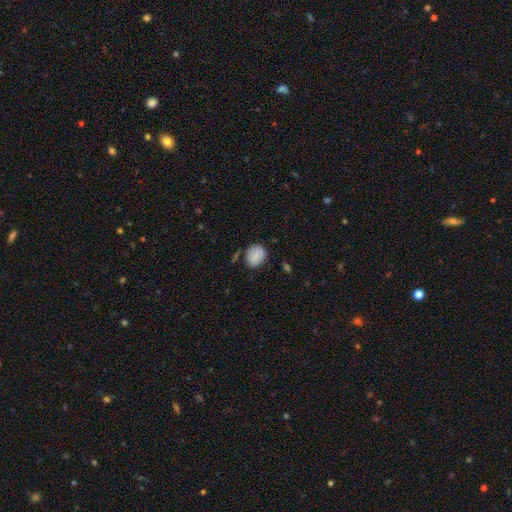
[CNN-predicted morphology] smooth-or-featured: smooth: 77% | featured or disk: 15% | star or artifact: 8%
  how-rounded: round: 56% | in between: 43% | cigar-shaped: 1%
  merging: none: 68% | minor disturbance: 24% | major disturbance: 5% | merger: 4%